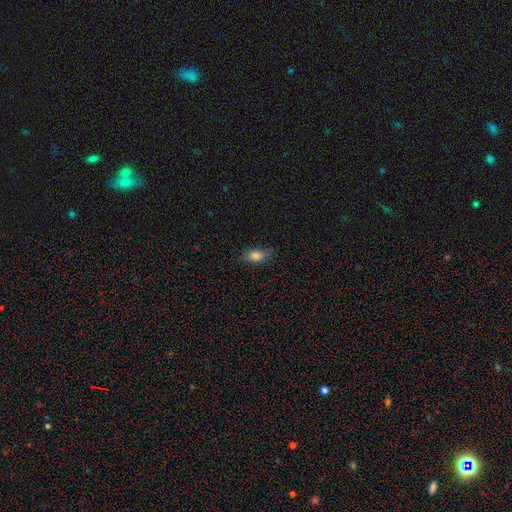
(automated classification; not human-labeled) Smooth or featured: smooth — 77% (featured or disk — 13%)
How rounded: in between — 80% (cigar-shaped — 11%)
Merging: none — 73% (minor disturbance — 21%)